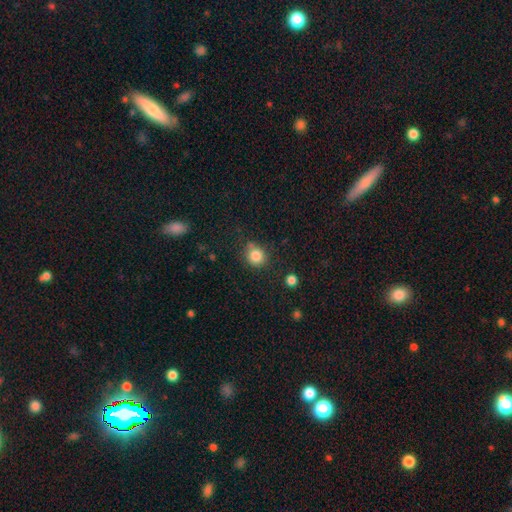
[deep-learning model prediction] Smooth or featured: smooth — 84% (star or artifact — 11%)
How rounded: round — 83% (in between — 16%)
Merging: none — 74% (minor disturbance — 16%)